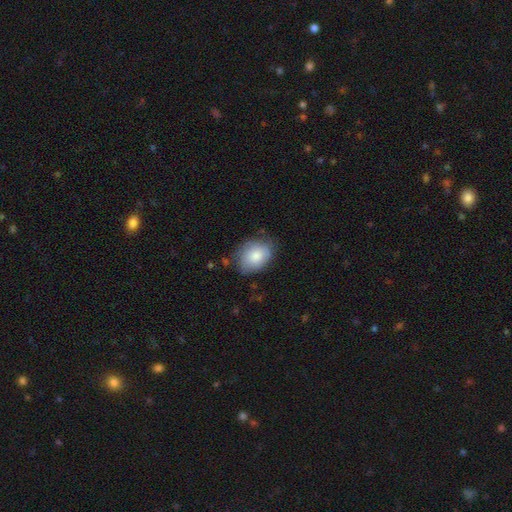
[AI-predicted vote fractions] The model was most divided on "how rounded": in between: 65%, round: 34%, cigar-shaped: 1%. More confident: smooth or featured — smooth (81%); merging — none (69%).